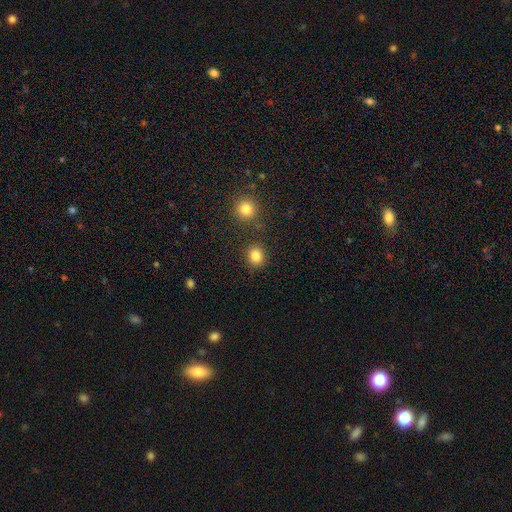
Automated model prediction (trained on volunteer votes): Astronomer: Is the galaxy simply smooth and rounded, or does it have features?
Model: smooth — 84%.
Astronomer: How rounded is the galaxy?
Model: round — 81%.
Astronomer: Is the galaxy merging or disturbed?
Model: none — 86%.